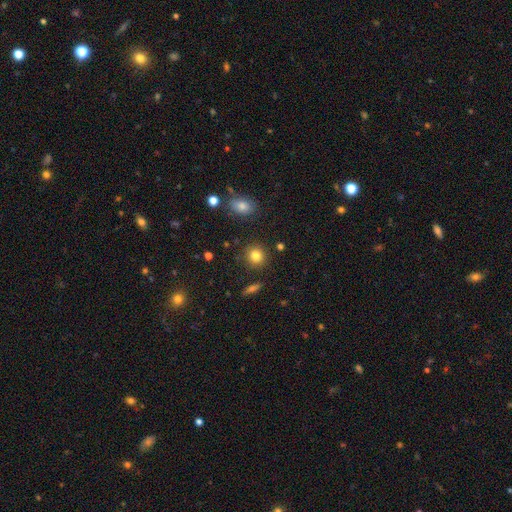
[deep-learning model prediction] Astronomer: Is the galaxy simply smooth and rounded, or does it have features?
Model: smooth — 82%.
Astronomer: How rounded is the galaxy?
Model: round — 87%.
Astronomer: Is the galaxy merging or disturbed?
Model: none — 88%.